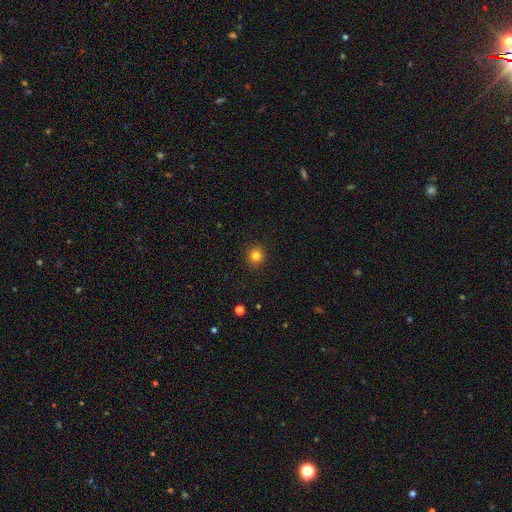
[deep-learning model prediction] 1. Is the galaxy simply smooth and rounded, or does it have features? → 82% smooth, 13% star or artifact, 6% featured or disk.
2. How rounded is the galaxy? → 89% round, 10% in between, 1% cigar-shaped.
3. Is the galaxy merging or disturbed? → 92% none, 6% minor disturbance, 2% major disturbance, 1% merger.